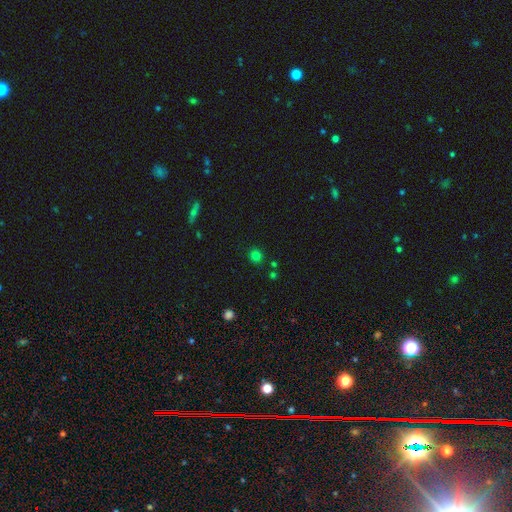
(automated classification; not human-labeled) A smooth galaxy with no disk features (76%) that is round (90%).

Vote fractions:
- Smooth or featured? smooth: 76% / star or artifact: 19% / featured or disk: 5%
- How rounded? round: 90% / in between: 9% / cigar-shaped: 1%
- Merging? none: 85% / minor disturbance: 7% / merger: 5% / major disturbance: 3%